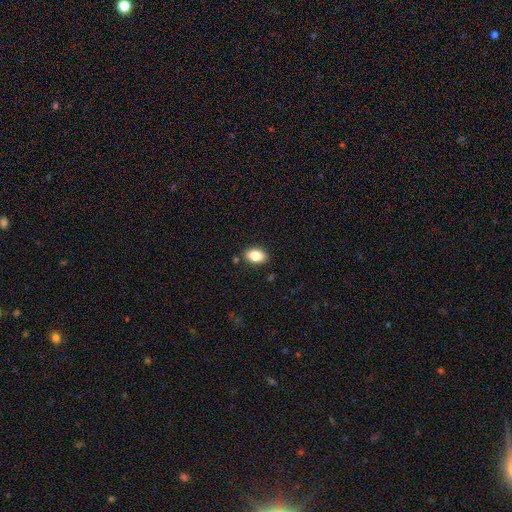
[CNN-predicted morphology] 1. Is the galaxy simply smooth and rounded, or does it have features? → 84% smooth, 8% star or artifact, 8% featured or disk.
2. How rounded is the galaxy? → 89% in between, 10% round, 2% cigar-shaped.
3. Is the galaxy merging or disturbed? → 86% none, 10% minor disturbance, 2% major disturbance, 2% merger.